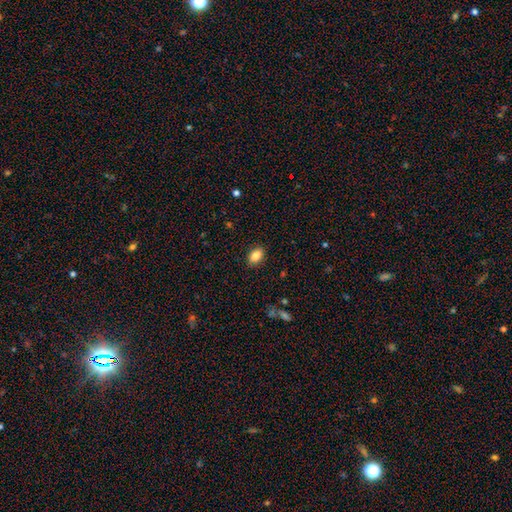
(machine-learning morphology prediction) Smooth or featured? Predicted: smooth (p=0.86). How rounded? Predicted: in between (p=0.87). Merging? Predicted: none (p=0.88).